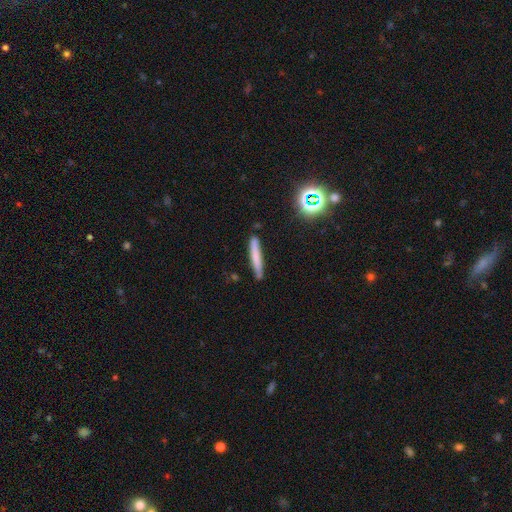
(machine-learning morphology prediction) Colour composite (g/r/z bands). It shows a smooth galaxy with no disk features (70%) that is cigar-shaped (94%). Merging: none (83%).